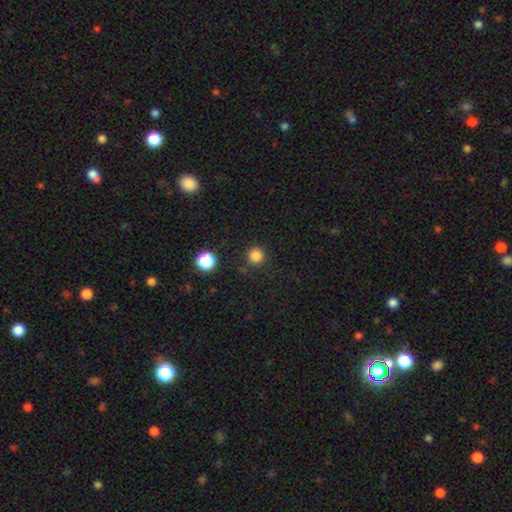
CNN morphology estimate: This appears to be a smooth galaxy with no disk features (83%) that is round (93%). Merging: none (85%).